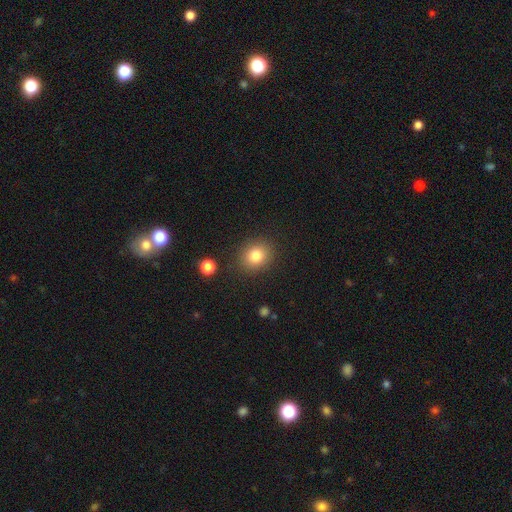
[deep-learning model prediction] This is clearly a smooth galaxy (82%). How rounded: likely round (70%). Merging: clearly none (87%).